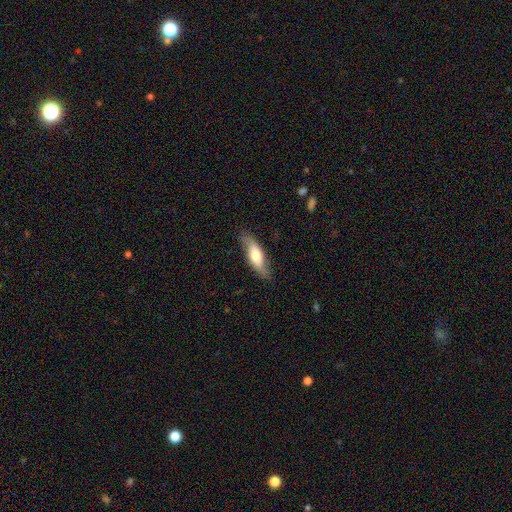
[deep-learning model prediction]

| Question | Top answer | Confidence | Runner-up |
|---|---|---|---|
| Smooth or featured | smooth | 52% | featured or disk (42%) |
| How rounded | in between | 49% | cigar-shaped (48%) |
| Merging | none | 79% | minor disturbance (16%) |